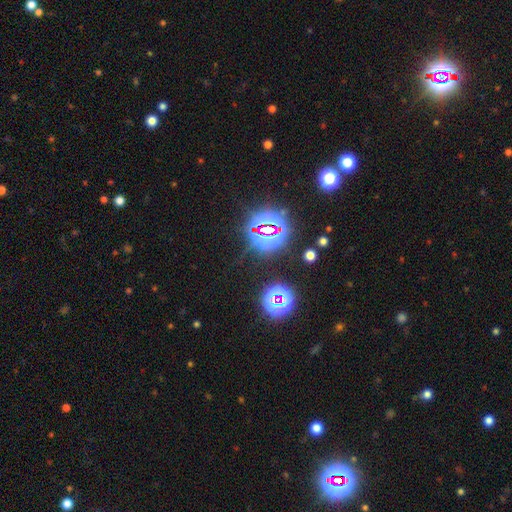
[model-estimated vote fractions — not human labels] The model was most divided on "smooth or featured": star or artifact: 82%, smooth: 11%, featured or disk: 7%.